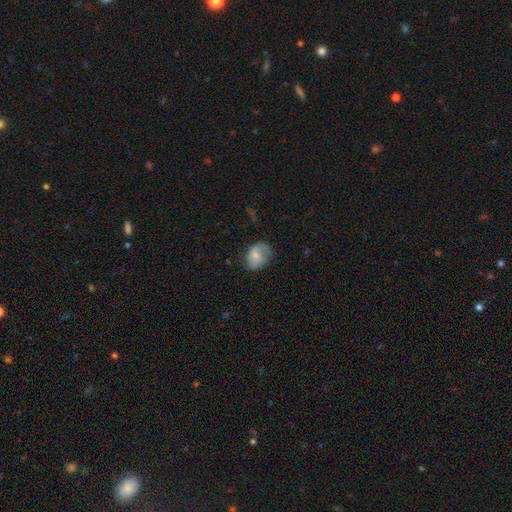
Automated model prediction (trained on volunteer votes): This is likely a smooth galaxy (64%). How rounded: likely in between (67%). Merging: possibly none (57%).